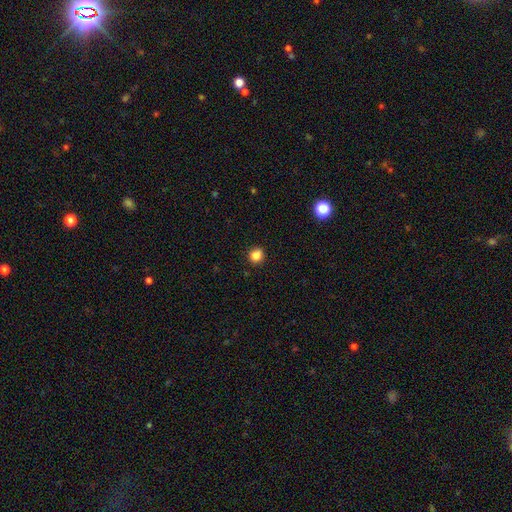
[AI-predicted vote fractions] Q: Smooth or featured?
A: smooth (84%); runner-up: star or artifact (12%)
Q: How rounded?
A: round (88%); runner-up: in between (11%)
Q: Merging?
A: none (91%); runner-up: minor disturbance (6%)